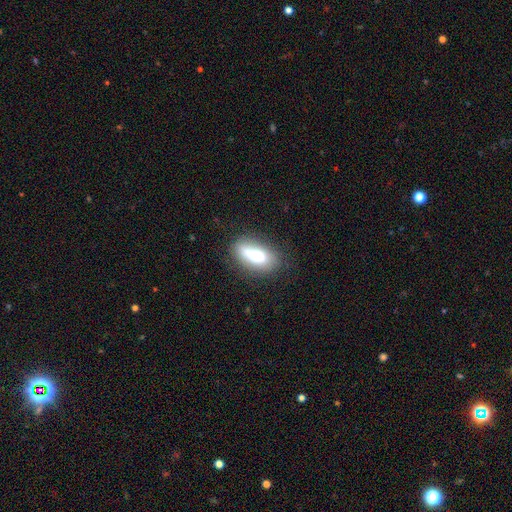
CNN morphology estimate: Q: Smooth or featured?
A: smooth (70%); runner-up: featured or disk (22%)
Q: How rounded?
A: in between (79%); runner-up: cigar-shaped (15%)
Q: Merging?
A: none (62%); runner-up: minor disturbance (20%)